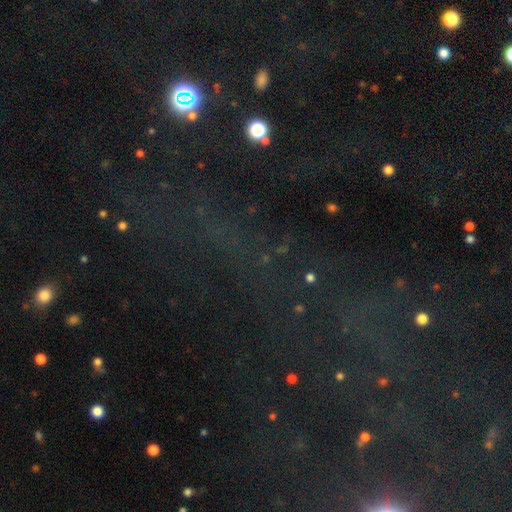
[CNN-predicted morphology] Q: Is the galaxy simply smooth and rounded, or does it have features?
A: star or artifact — 69%.